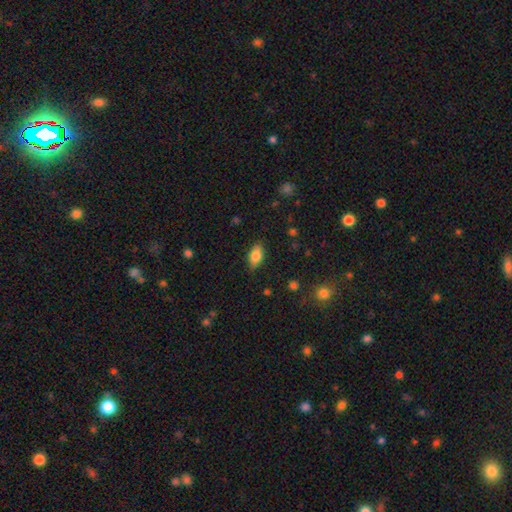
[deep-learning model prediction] A smooth galaxy with no disk features (80%) that is in between round and cigar-shaped (88%).

Vote fractions:
- Smooth or featured? smooth: 80% / featured or disk: 12% / star or artifact: 8%
- How rounded? in between: 88% / cigar-shaped: 8% / round: 4%
- Merging? none: 85% / minor disturbance: 12% / major disturbance: 3% / merger: 1%